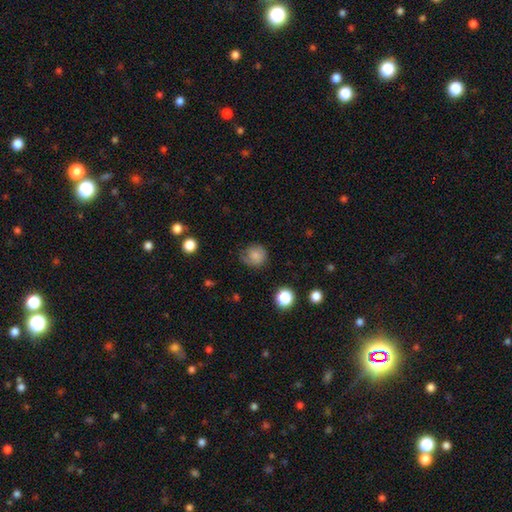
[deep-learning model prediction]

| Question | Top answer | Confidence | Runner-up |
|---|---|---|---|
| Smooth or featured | smooth | 74% | featured or disk (16%) |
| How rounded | round | 85% | in between (14%) |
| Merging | none | 63% | minor disturbance (25%) |